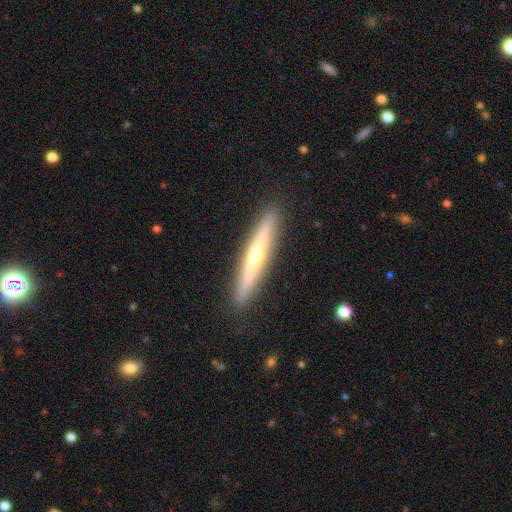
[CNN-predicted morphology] A featured or disk galaxy (61%) viewed edge-on (96%) with a rounded central bulge (79%).

Vote fractions:
- Smooth or featured? featured or disk: 61% / smooth: 34% / star or artifact: 6%
- Edge-on disk? yes: 96% / no: 4%
- Edge-on bulge? rounded: 79% / none: 18% / boxy: 3%
- Merging? none: 91% / minor disturbance: 6% / major disturbance: 1% / merger: 1%